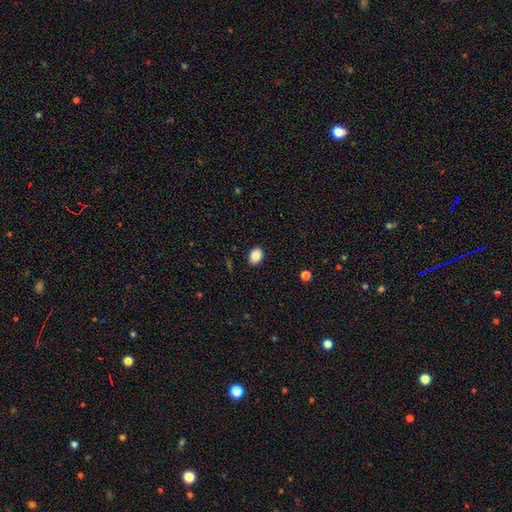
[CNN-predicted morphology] This is clearly a smooth galaxy (87%). How rounded: likely in between (74%). Merging: clearly none (89%).